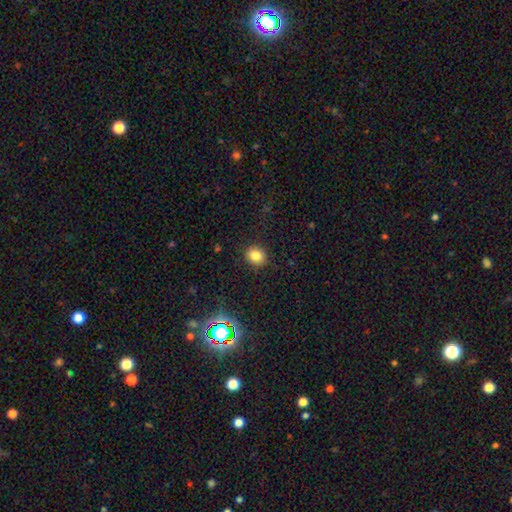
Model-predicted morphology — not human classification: Q: Smooth or featured?
A: smooth (82%); runner-up: star or artifact (12%)
Q: How rounded?
A: round (73%); runner-up: in between (26%)
Q: Merging?
A: none (89%); runner-up: minor disturbance (8%)